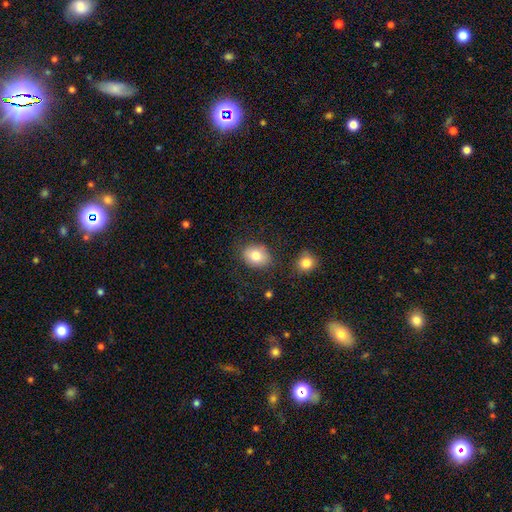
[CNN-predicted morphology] A smooth galaxy with no disk features (81%) that is in between round and cigar-shaped (61%).

Vote fractions:
- Smooth or featured? smooth: 81% / featured or disk: 11% / star or artifact: 8%
- How rounded? in between: 61% / round: 38% / cigar-shaped: 1%
- Merging? none: 78% / minor disturbance: 14% / merger: 4% / major disturbance: 4%